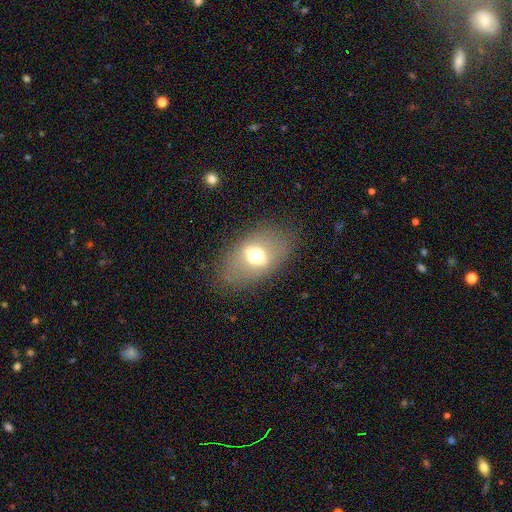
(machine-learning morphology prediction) Smooth or featured?
  - smooth: 52% *
  - featured or disk: 37%
  - star or artifact: 11%
How rounded?
  - in between: 83% *
  - round: 15%
  - cigar-shaped: 2%
Merging?
  - none: 79% *
  - minor disturbance: 13%
  - major disturbance: 7%
  - merger: 1%